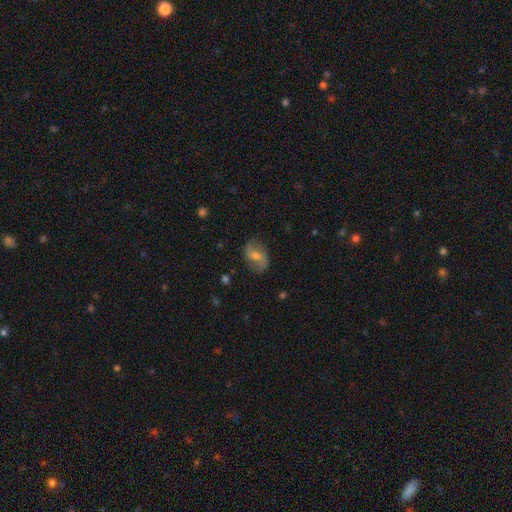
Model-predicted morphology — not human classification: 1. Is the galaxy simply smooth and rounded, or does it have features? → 57% featured or disk, 34% smooth, 9% star or artifact.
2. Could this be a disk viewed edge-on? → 95% no, 5% yes.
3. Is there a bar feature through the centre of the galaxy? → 41% weak, 39% no, 20% strong.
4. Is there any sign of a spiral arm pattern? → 82% yes, 18% no.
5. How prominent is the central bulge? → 52% moderate, 41% small, 3% large, 3% none, 1% dominant.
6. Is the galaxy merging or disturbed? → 78% none, 16% minor disturbance, 5% major disturbance, 1% merger.